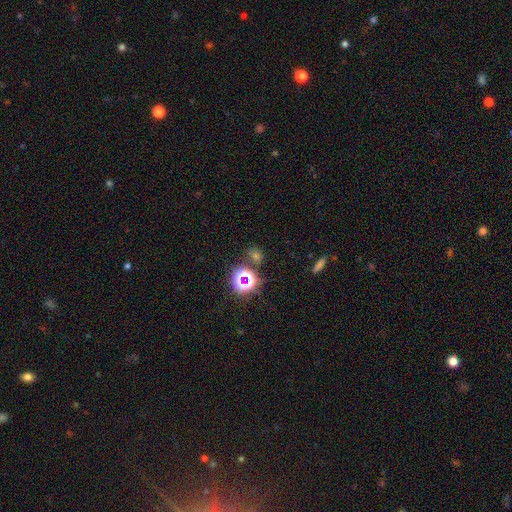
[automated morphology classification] A star or artifact, not a galaxy (51%).

Vote fractions:
- Smooth or featured? star or artifact: 51% / smooth: 41% / featured or disk: 9%